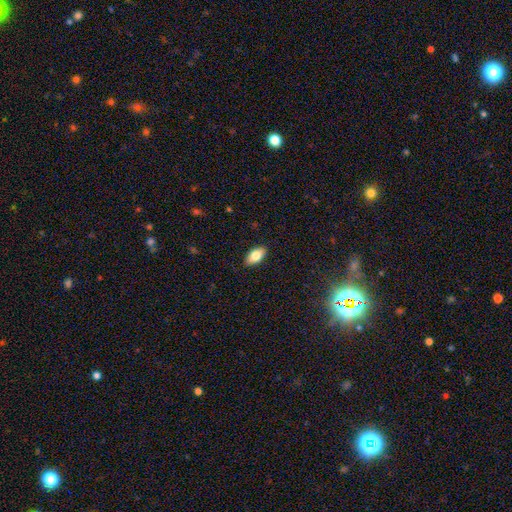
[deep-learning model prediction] Smooth or featured: smooth — 79% (featured or disk — 13%)
How rounded: in between — 92% (cigar-shaped — 4%)
Merging: none — 87% (minor disturbance — 10%)